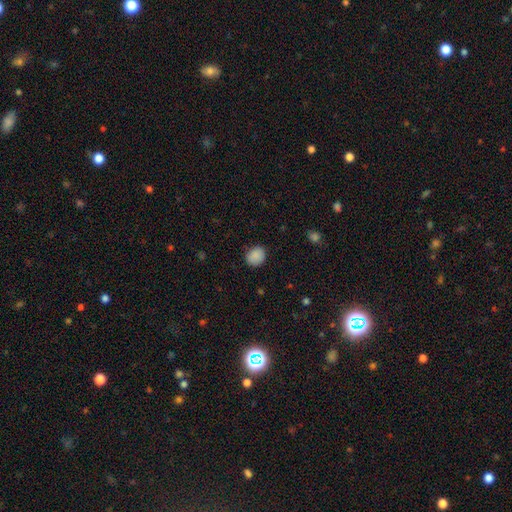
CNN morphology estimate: This is clearly a smooth galaxy (88%). How rounded: likely round (64%). Merging: clearly none (85%).